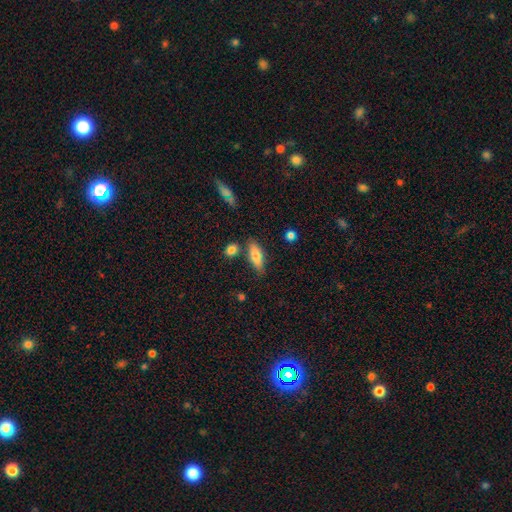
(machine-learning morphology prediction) The model was most divided on "how rounded": in between: 62%, cigar-shaped: 36%, round: 2%. More confident: smooth or featured — smooth (78%); merging — none (74%).